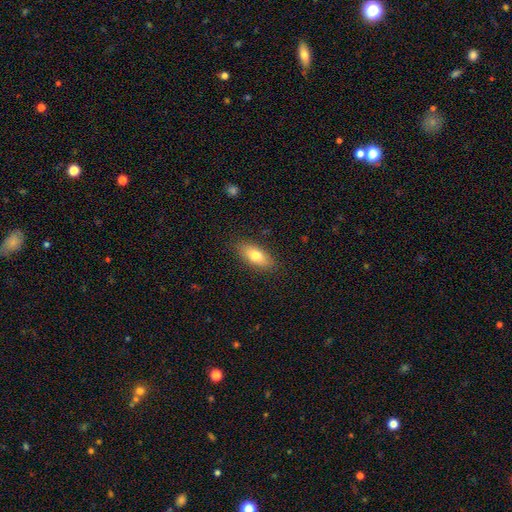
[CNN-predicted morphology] This appears to be a smooth galaxy with no disk features (75%) that is in between round and cigar-shaped (80%). Merging: none (86%).